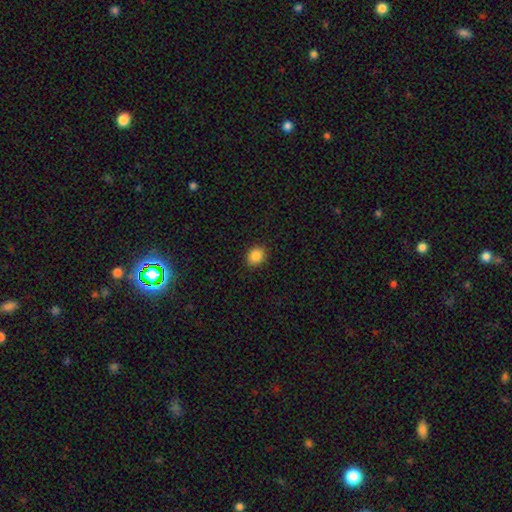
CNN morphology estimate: Q: Smooth or featured?
A: smooth (86%); runner-up: star or artifact (10%)
Q: How rounded?
A: round (55%); runner-up: in between (44%)
Q: Merging?
A: none (90%); runner-up: minor disturbance (7%)